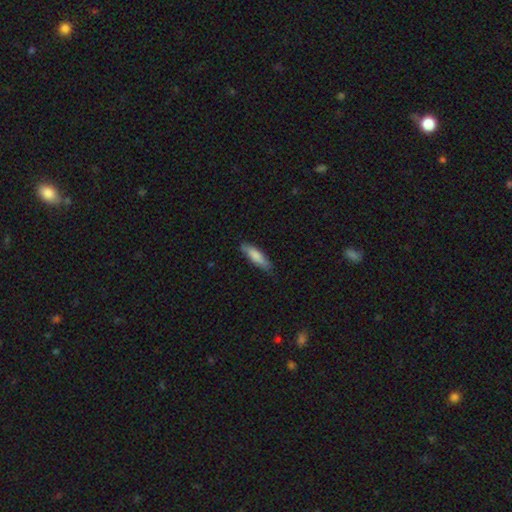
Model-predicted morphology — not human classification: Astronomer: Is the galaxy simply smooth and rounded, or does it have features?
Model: smooth — 79%.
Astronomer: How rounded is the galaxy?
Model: cigar-shaped — 61% (runner-up: in between, 38%).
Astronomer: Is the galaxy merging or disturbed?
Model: none — 77%.